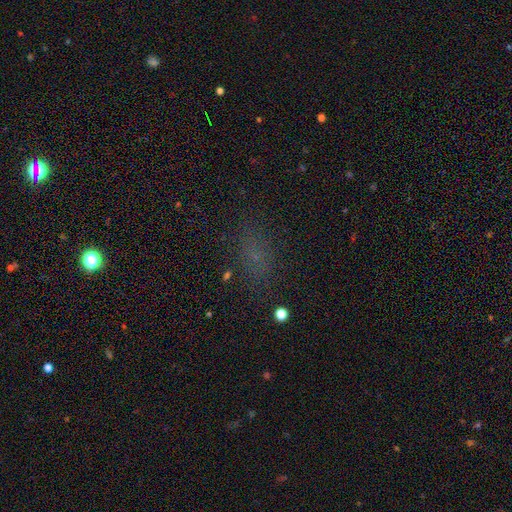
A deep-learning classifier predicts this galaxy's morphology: smooth-or-featured: smooth: 55% | star or artifact: 35% | featured or disk: 11%
  how-rounded: in between: 73% | round: 21% | cigar-shaped: 6%
  merging: none: 76% | minor disturbance: 14% | major disturbance: 8% | merger: 3%